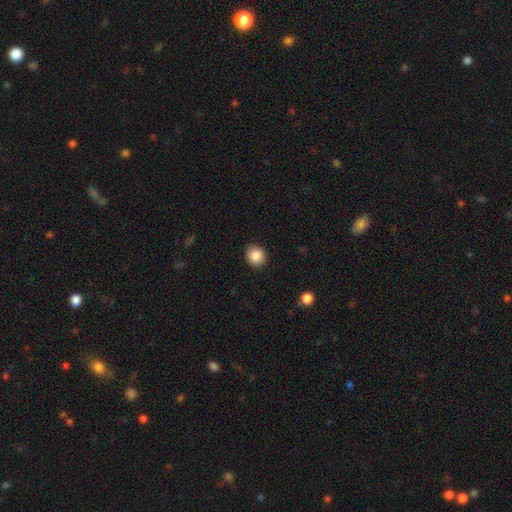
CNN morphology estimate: Smooth or featured?
  - smooth: 87% *
  - star or artifact: 9%
  - featured or disk: 4%
How rounded?
  - round: 79% *
  - in between: 20%
  - cigar-shaped: 1%
Merging?
  - none: 91% *
  - minor disturbance: 6%
  - major disturbance: 2%
  - merger: 1%